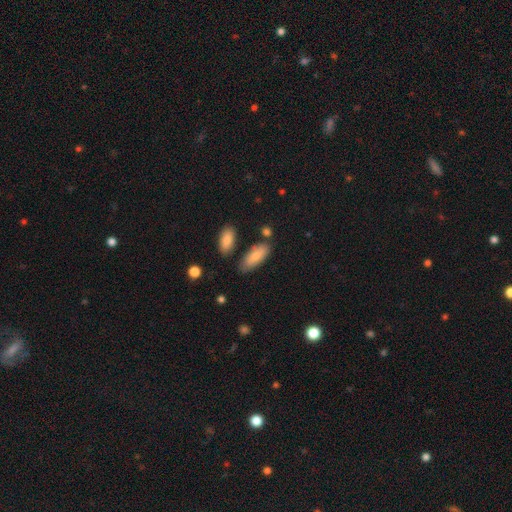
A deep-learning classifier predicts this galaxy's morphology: smooth_or_featured: smooth (p=0.79) [alt: featured or disk p=0.14]
how_rounded: in between (p=0.81) [alt: cigar-shaped p=0.17]
merging: none (p=0.71) [alt: minor disturbance p=0.18]